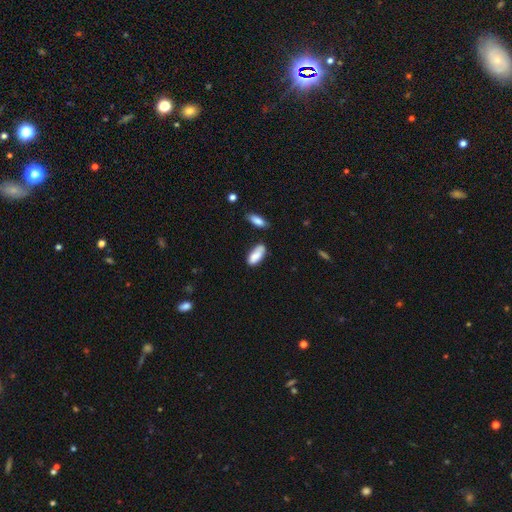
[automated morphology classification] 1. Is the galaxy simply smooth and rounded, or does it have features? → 82% smooth, 11% featured or disk, 7% star or artifact.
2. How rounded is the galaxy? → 82% in between, 16% cigar-shaped, 2% round.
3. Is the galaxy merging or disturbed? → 59% none, 25% minor disturbance, 11% merger, 6% major disturbance.